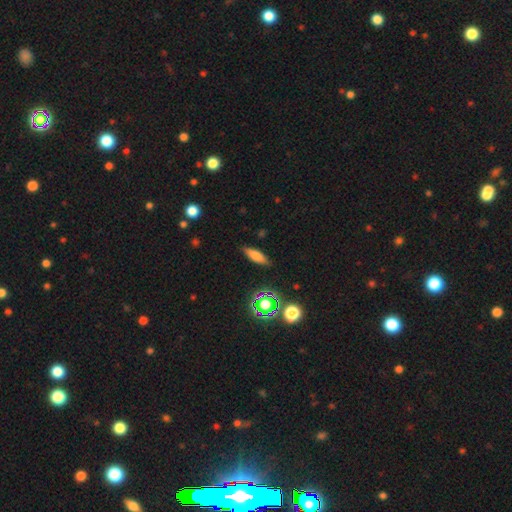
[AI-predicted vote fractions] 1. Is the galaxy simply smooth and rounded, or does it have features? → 65% smooth, 22% featured or disk, 13% star or artifact.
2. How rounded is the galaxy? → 50% cigar-shaped, 45% in between, 5% round.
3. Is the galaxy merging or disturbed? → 86% none, 10% minor disturbance, 3% major disturbance, 2% merger.